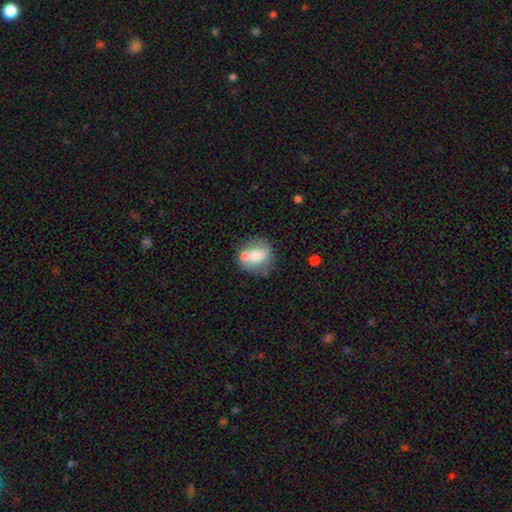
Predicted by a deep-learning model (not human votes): smooth 59%, featured or disk 34%, star or artifact 8%. Down the decision tree: how rounded — round (63%); merging — none (44%).